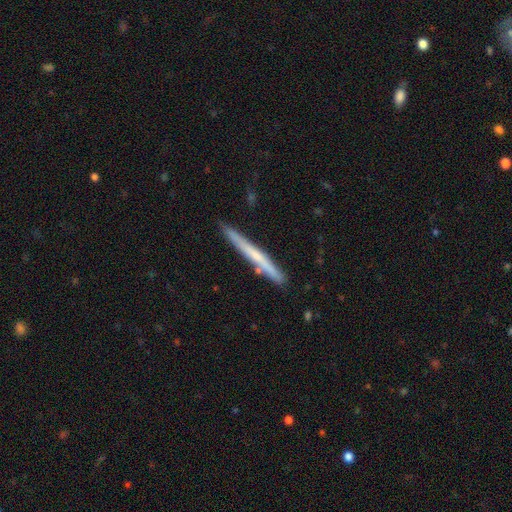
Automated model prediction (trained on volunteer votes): Smooth or featured? featured or disk (49%)
Merging? none (85%)